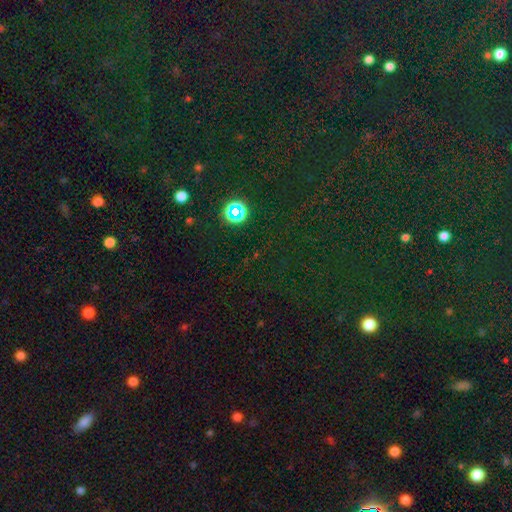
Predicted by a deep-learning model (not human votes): Smooth or featured? Predicted: star or artifact (p=0.65).